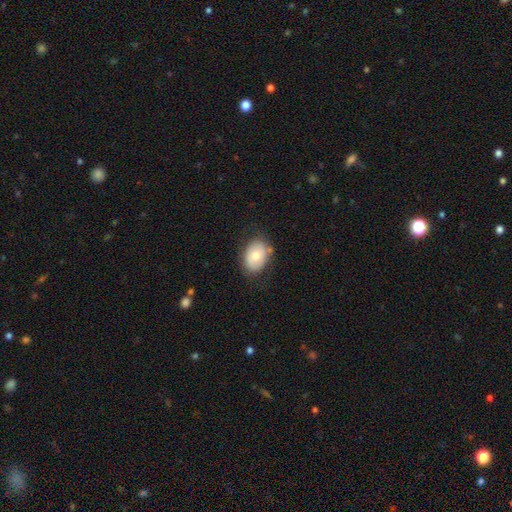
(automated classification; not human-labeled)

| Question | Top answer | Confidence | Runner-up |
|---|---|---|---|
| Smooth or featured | smooth | 70% | featured or disk (23%) |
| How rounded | in between | 76% | round (23%) |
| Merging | none | 76% | minor disturbance (17%) |